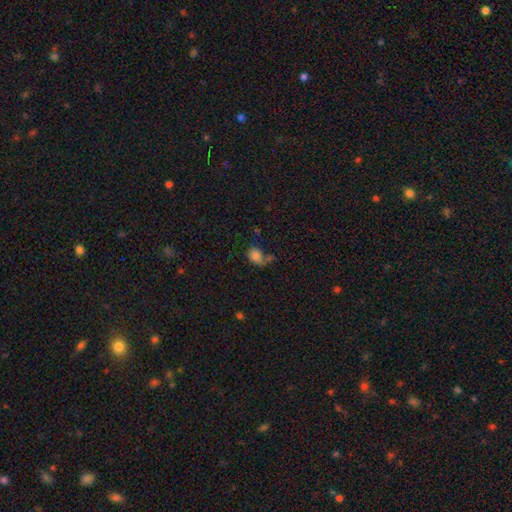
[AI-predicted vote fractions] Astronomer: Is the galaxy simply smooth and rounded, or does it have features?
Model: smooth — 79%.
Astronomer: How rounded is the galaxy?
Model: in between — 56% (runner-up: round, 42%).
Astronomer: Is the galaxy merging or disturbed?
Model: none — 34% (runner-up: merger, 25%).